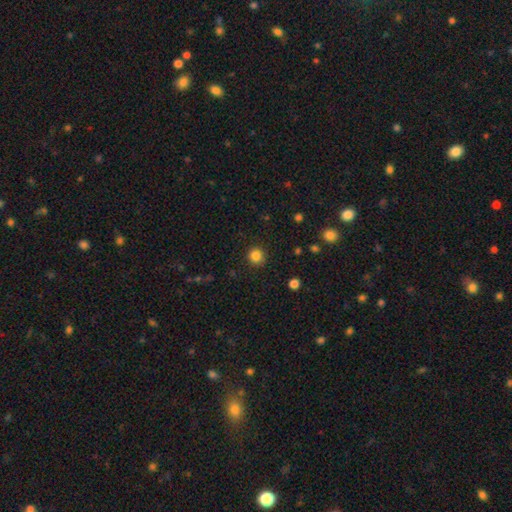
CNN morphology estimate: Smooth or featured: smooth — 84% (star or artifact — 12%)
How rounded: round — 92% (in between — 7%)
Merging: none — 90% (minor disturbance — 7%)